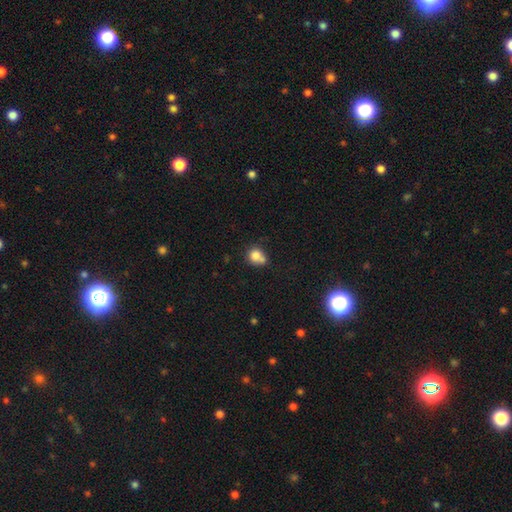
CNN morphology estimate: smooth 79%, star or artifact 11%, featured or disk 10%. Down the decision tree: how rounded — round (78%); merging — none (45%).